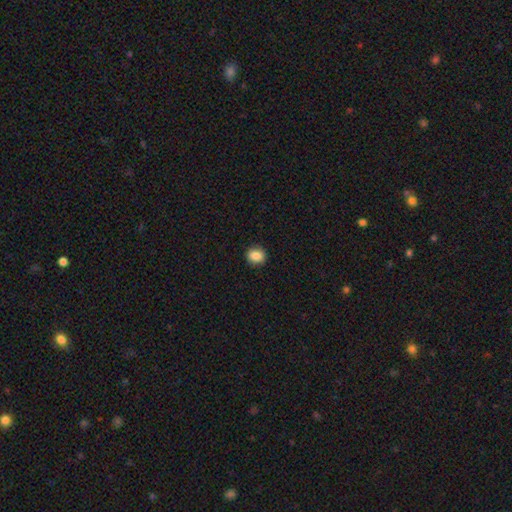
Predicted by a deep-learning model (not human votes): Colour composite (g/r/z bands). It shows a smooth galaxy with no disk features (86%) that is round (77%). Merging: none (89%).